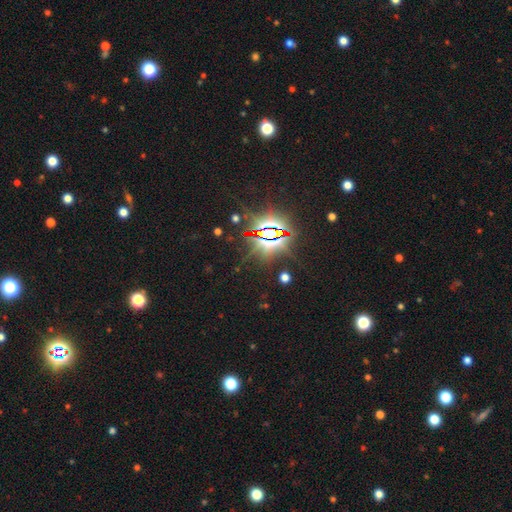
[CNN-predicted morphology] Smooth or featured? star or artifact (86%)